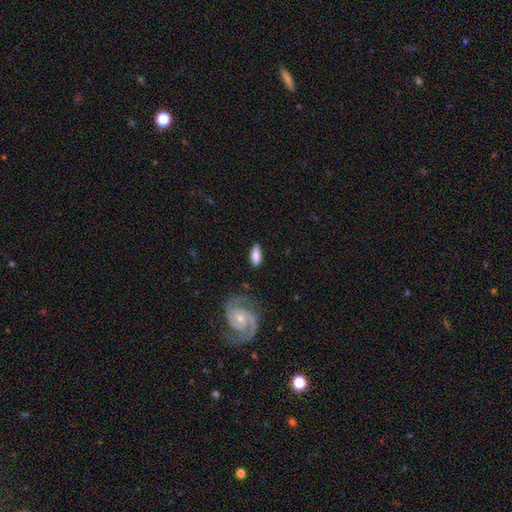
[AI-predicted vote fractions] Overall: smooth (71%). How rounded: in between (72%). Merging: none (79%).